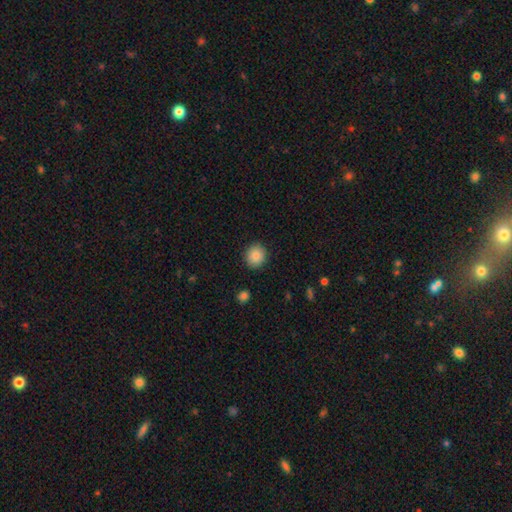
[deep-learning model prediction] The model was most divided on "how rounded": round: 81%, in between: 18%, cigar-shaped: 1%. More confident: merging — none (90%); smooth or featured — smooth (87%).